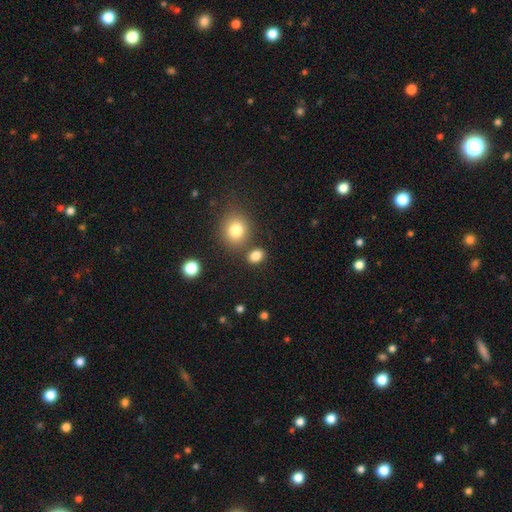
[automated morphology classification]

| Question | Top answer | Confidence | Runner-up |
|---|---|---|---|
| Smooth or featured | smooth | 83% | star or artifact (12%) |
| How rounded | in between | 60% | round (39%) |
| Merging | none | 76% | merger (10%) |